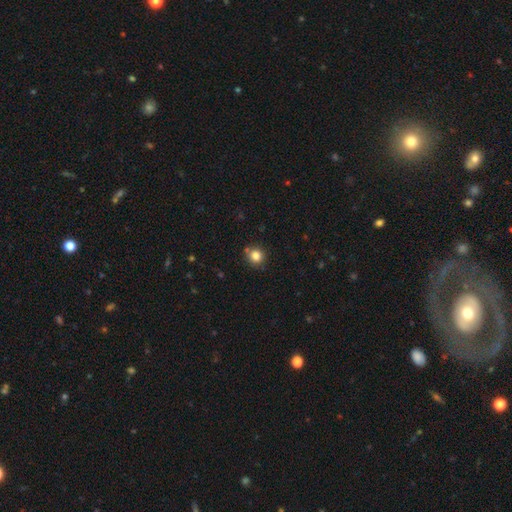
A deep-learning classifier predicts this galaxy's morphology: Smooth or featured? smooth (82%)
How rounded? round (91%)
Merging? none (81%)